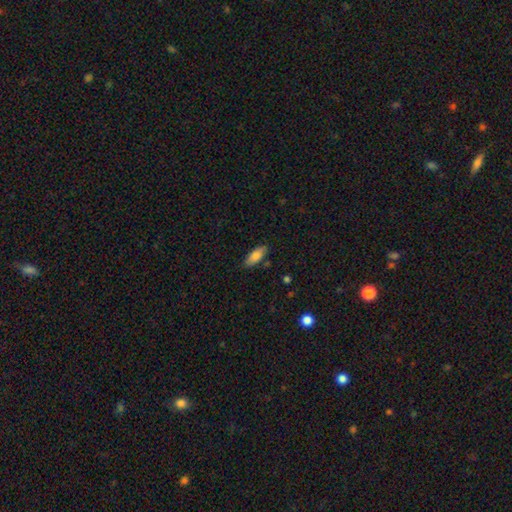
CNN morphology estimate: Overall: smooth (83%). How rounded: in between (78%). Merging: none (84%).